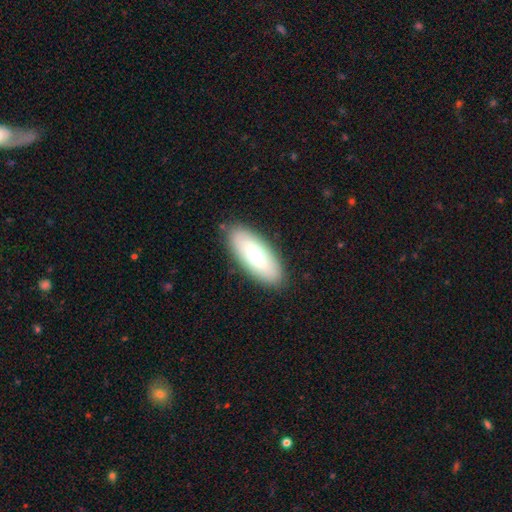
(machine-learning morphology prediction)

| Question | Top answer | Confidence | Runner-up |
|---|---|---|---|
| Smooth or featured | smooth | 64% | featured or disk (30%) |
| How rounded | in between | 78% | cigar-shaped (19%) |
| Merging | none | 88% | minor disturbance (9%) |